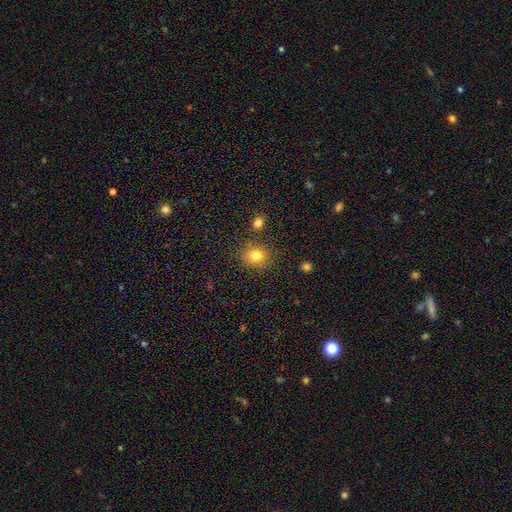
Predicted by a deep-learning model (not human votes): The model was most divided on "how rounded": round: 77%, in between: 22%, cigar-shaped: 1%. More confident: merging — none (82%); smooth or featured — smooth (80%).